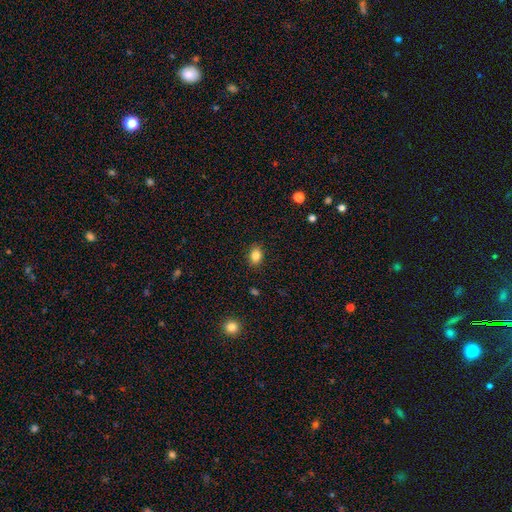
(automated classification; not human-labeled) Smooth or featured? smooth (83%)
How rounded? in between (65%)
Merging? none (88%)